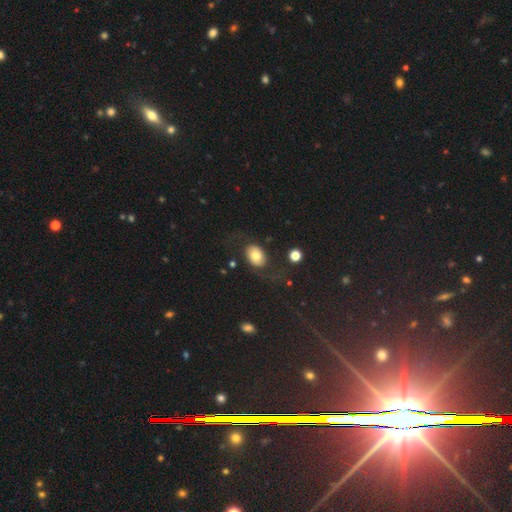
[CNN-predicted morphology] Smooth or featured? smooth (71%)
How rounded? in between (74%)
Merging? none (70%)